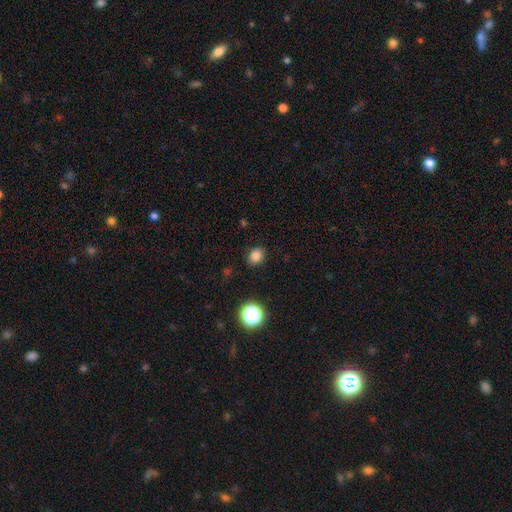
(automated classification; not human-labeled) This appears to be a smooth galaxy with no disk features (83%) that is round (54%). Merging: none (88%).